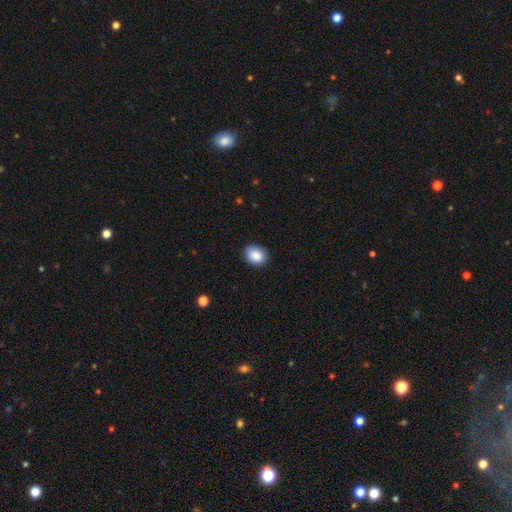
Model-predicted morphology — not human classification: Smooth or featured?
  - smooth: 88% *
  - star or artifact: 8%
  - featured or disk: 4%
How rounded?
  - in between: 60% *
  - round: 39%
  - cigar-shaped: 1%
Merging?
  - none: 89% *
  - minor disturbance: 9%
  - major disturbance: 2%
  - merger: 1%